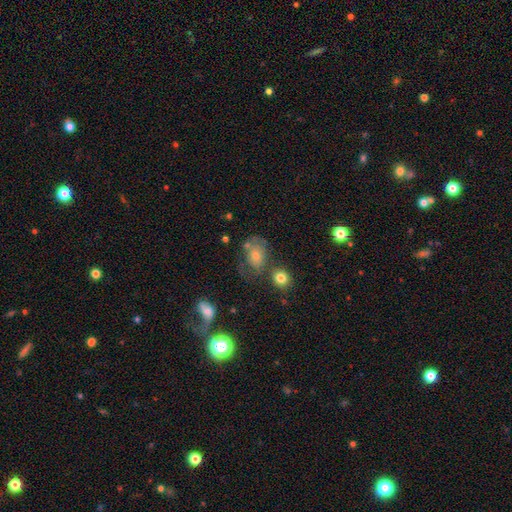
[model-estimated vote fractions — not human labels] The model was most divided on "smooth or featured": smooth: 52%, featured or disk: 34%, star or artifact: 15%. Remaining: how rounded — in between (62%); merging — none (44%).